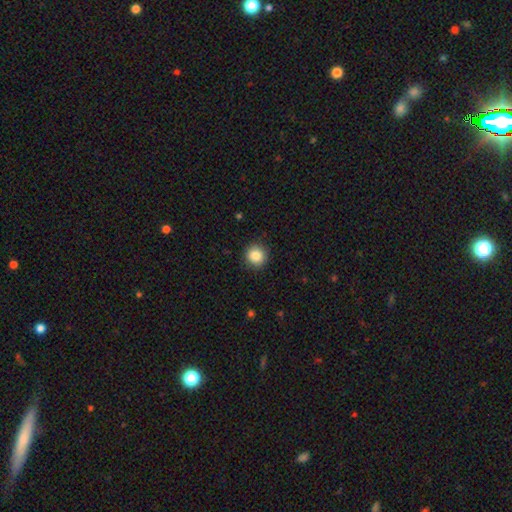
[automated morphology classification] Overall: smooth (86%). How rounded: round (93%). Merging: none (91%).